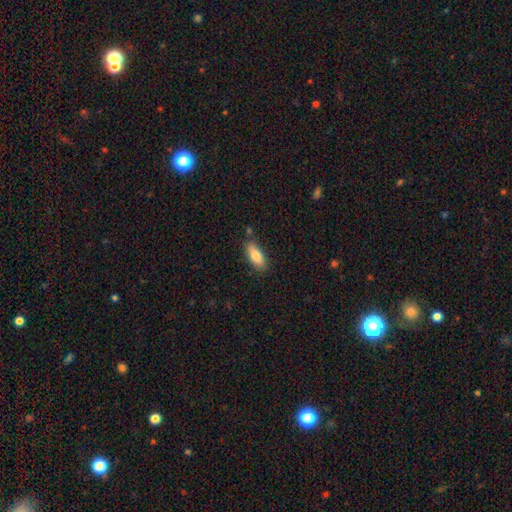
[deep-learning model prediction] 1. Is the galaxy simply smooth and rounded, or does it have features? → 83% smooth, 11% featured or disk, 7% star or artifact.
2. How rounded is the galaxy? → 78% in between, 20% cigar-shaped, 2% round.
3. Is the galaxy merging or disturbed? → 79% none, 14% minor disturbance, 4% merger, 3% major disturbance.